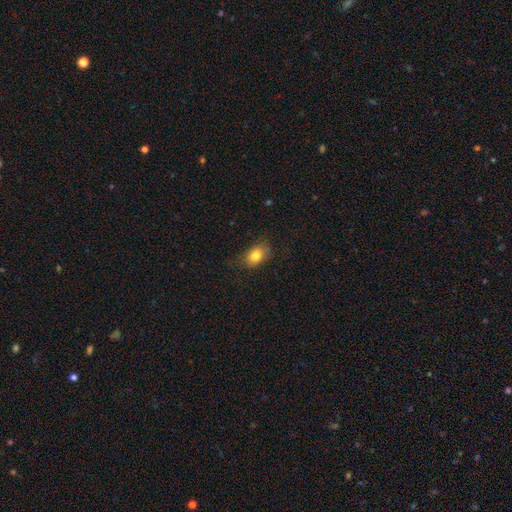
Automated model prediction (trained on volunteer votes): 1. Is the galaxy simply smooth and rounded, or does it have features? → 80% smooth, 10% featured or disk, 10% star or artifact.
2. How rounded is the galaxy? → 74% in between, 25% round, 2% cigar-shaped.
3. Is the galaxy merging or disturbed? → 72% none, 21% minor disturbance, 6% major disturbance, 1% merger.